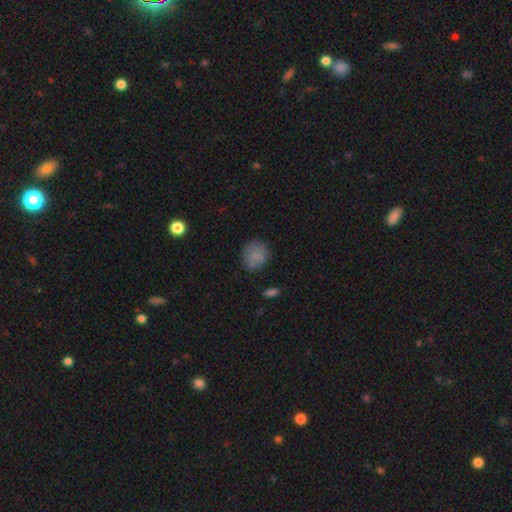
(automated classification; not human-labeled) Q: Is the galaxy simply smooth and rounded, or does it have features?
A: smooth — 81%.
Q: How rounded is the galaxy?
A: round — 79%.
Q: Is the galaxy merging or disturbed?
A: none — 77%.